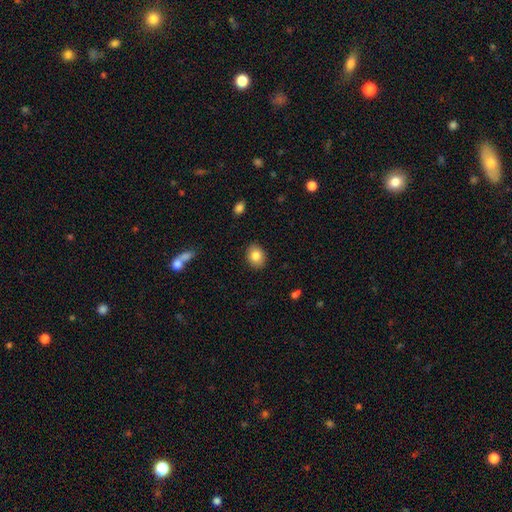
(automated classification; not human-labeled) smooth_or_featured: smooth (p=0.84) [alt: star or artifact p=0.08]
how_rounded: in between (p=0.57) [alt: round p=0.42]
merging: none (p=0.88) [alt: minor disturbance p=0.08]